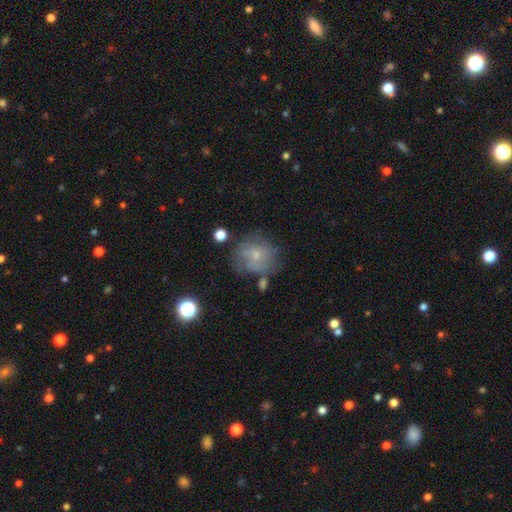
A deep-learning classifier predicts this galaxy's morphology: A featured or disk galaxy (48%). Merging: none (56%).